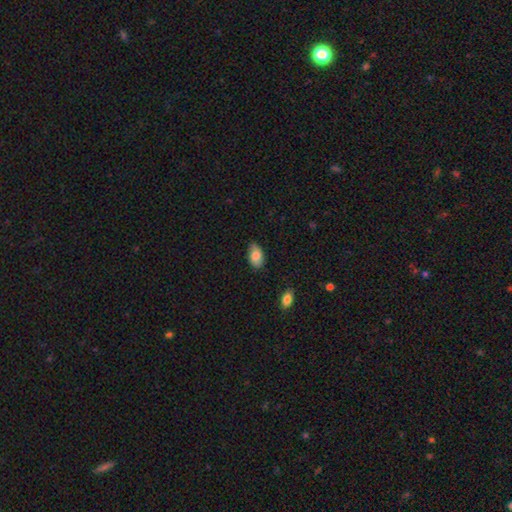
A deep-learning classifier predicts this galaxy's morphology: Overall: smooth (82%). How rounded: in between (93%). Merging: none (78%).